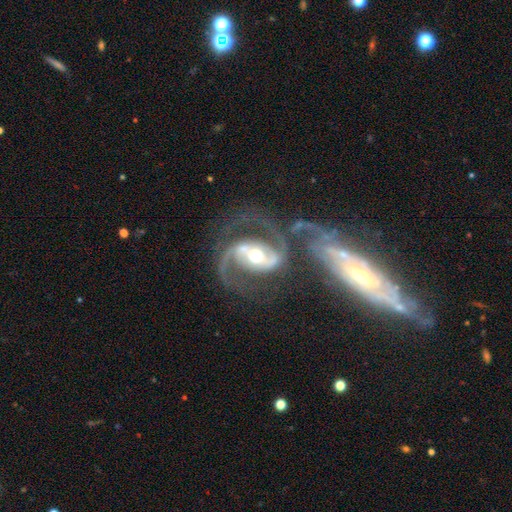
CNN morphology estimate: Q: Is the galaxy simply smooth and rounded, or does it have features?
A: featured or disk — 91%.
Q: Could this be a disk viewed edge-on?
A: no — 98%.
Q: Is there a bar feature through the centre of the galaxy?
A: strong — 45%.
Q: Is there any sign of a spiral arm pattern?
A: yes — 97%.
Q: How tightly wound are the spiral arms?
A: medium — 58%.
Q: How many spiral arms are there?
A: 2 — 92%.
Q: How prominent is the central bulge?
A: moderate — 70%.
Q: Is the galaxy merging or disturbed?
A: none — 58%.